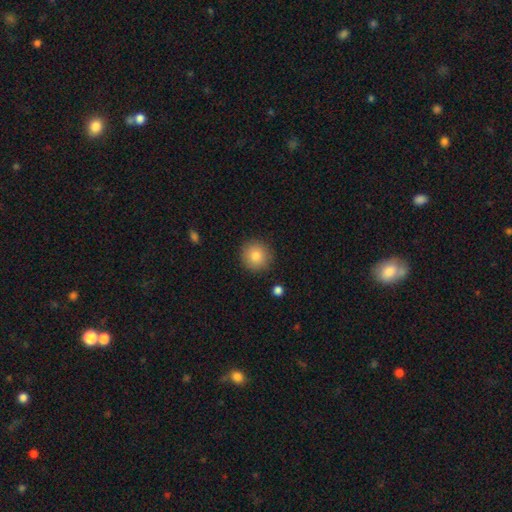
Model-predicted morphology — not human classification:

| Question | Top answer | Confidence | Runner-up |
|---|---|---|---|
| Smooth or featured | smooth | 83% | star or artifact (9%) |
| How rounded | round | 93% | in between (6%) |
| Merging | none | 90% | minor disturbance (7%) |